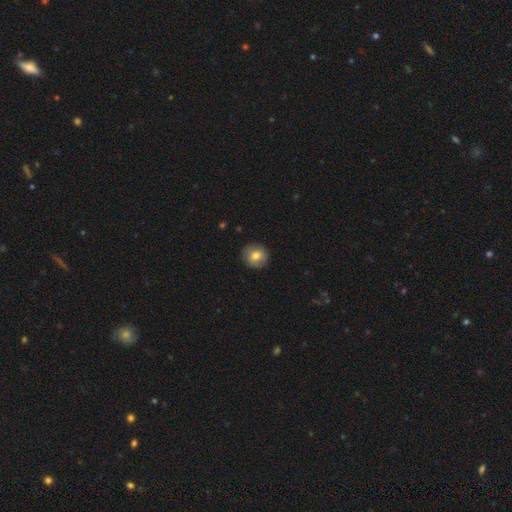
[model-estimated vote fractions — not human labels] A smooth galaxy with no disk features (73%) that is round (87%).

Vote fractions:
- Smooth or featured? smooth: 73% / featured or disk: 19% / star or artifact: 9%
- How rounded? round: 87% / in between: 12% / cigar-shaped: 1%
- Merging? none: 86% / minor disturbance: 11% / major disturbance: 2% / merger: 1%